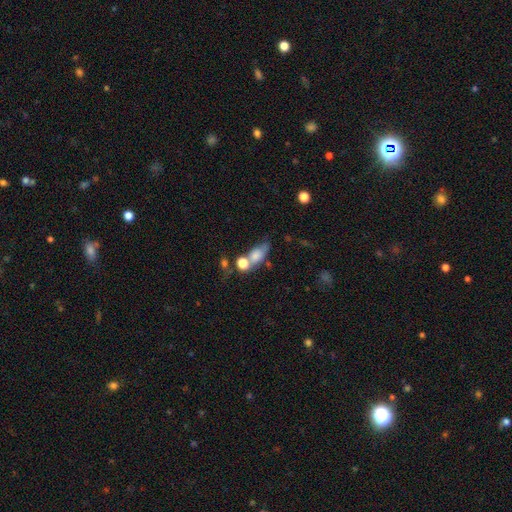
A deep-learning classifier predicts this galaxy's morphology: Smooth or featured? smooth (72%)
How rounded? in between (65%)
Merging? merger (35%)